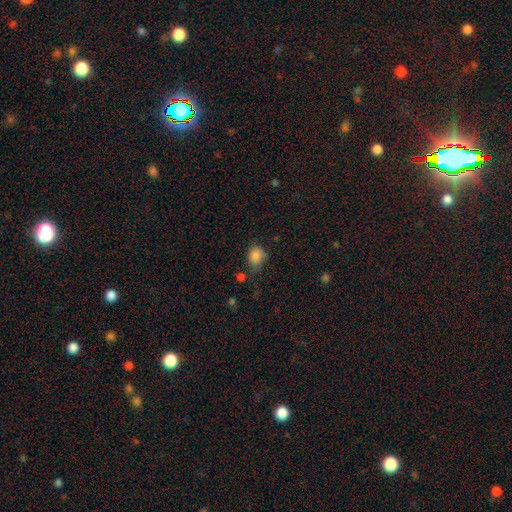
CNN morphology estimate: Overall: smooth (84%). How rounded: round (53%; in between 46%). Merging: none (60%; minor disturbance 27%).